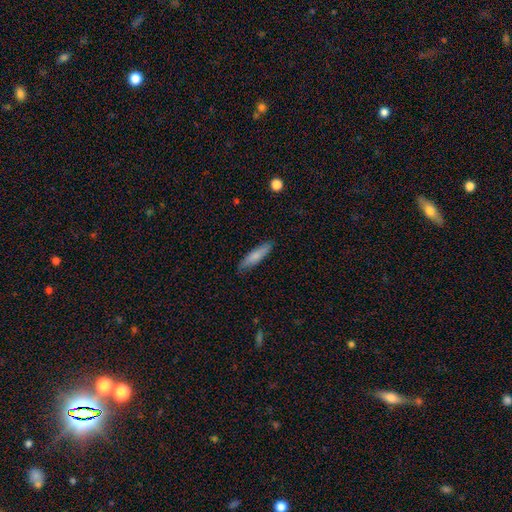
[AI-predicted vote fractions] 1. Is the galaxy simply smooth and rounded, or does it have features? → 78% smooth, 17% featured or disk, 6% star or artifact.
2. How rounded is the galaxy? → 75% cigar-shaped, 23% in between, 1% round.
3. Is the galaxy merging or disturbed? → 85% none, 12% minor disturbance, 2% major disturbance, 1% merger.